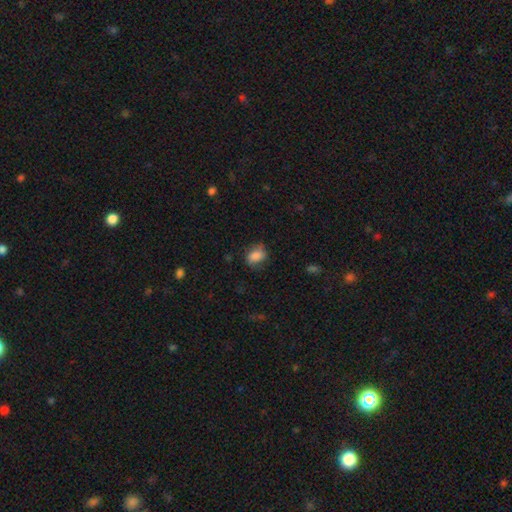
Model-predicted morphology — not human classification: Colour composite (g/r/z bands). It shows a smooth galaxy with no disk features (82%) that is in between round and cigar-shaped (72%). Merging: none (67%).